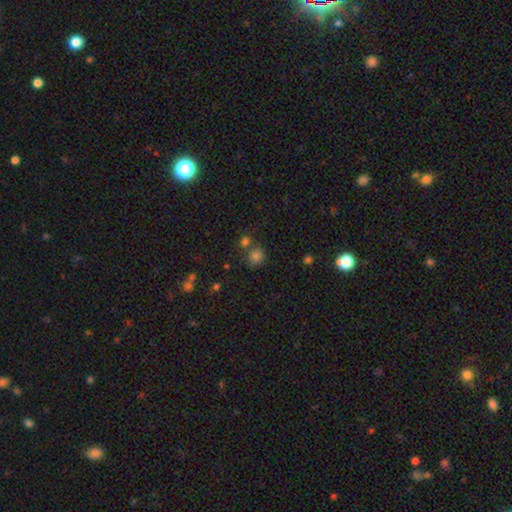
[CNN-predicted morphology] type=smooth (72%); roundness=round (84%); merging=none (63%).